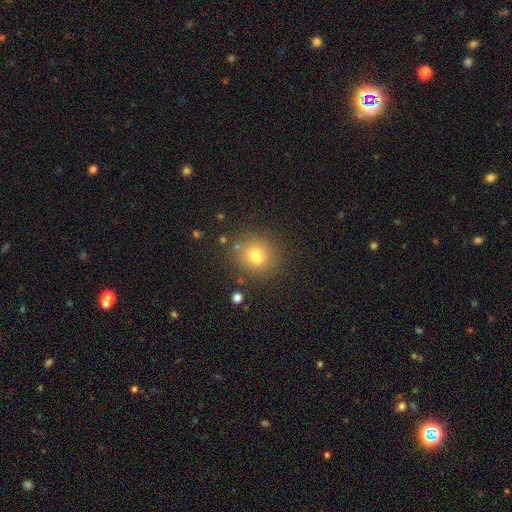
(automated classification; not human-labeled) Morphology: type=smooth (73%); roundness=round (80%); merging=none (71%).